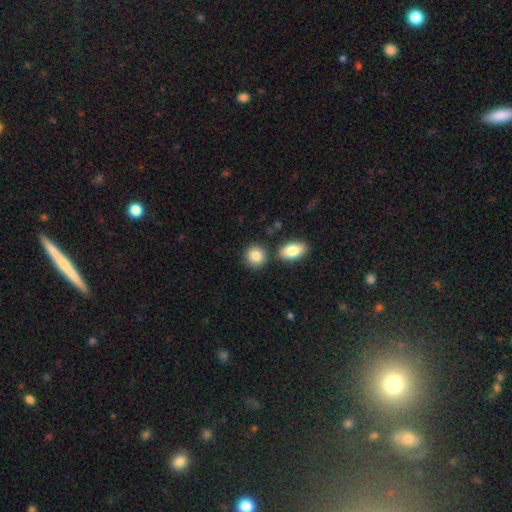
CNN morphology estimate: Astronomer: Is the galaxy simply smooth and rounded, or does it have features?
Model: smooth — 86%.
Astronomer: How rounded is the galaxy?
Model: round — 79%.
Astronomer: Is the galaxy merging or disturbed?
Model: none — 79%.